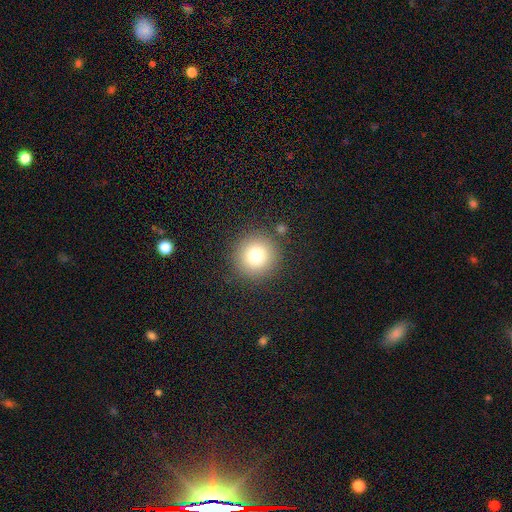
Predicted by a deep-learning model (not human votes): The model was most divided on "smooth or featured": smooth: 77%, star or artifact: 13%, featured or disk: 10%. More confident: how rounded — round (96%); merging — none (87%).